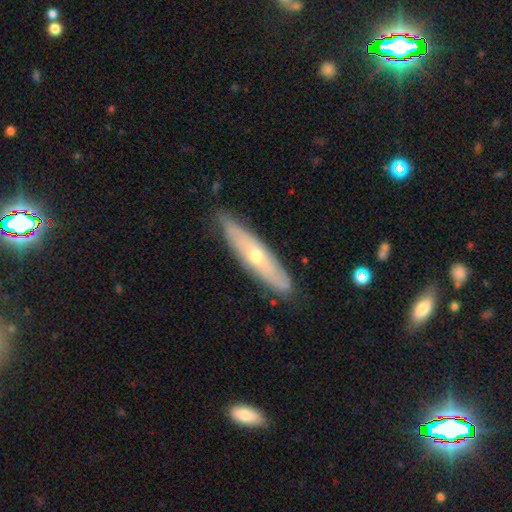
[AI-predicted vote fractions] A featured or disk galaxy (57%) viewed edge-on (58%).

Vote fractions:
- Smooth or featured? featured or disk: 57% / smooth: 37% / star or artifact: 6%
- Edge-on disk? yes: 58% / no: 42%
- Merging? none: 80% / minor disturbance: 16% / major disturbance: 3% / merger: 1%